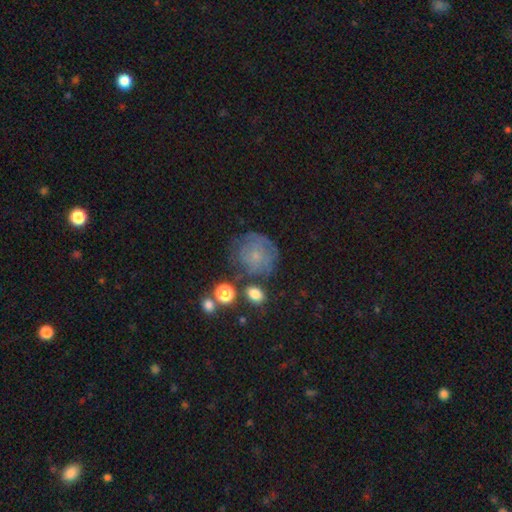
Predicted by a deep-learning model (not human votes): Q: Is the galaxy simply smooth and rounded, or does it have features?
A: smooth — 45%.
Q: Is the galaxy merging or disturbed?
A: none — 56%.